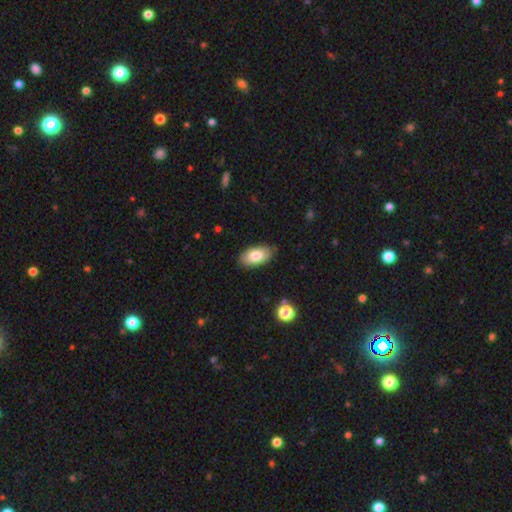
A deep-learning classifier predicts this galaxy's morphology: Smooth or featured? smooth (80%)
How rounded? in between (94%)
Merging? none (85%)